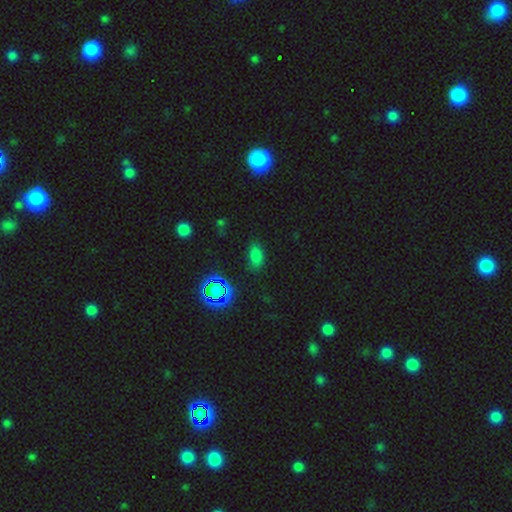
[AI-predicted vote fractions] Q: Smooth or featured?
A: smooth (68%); runner-up: star or artifact (25%)
Q: How rounded?
A: in between (88%); runner-up: round (9%)
Q: Merging?
A: none (79%); runner-up: minor disturbance (15%)